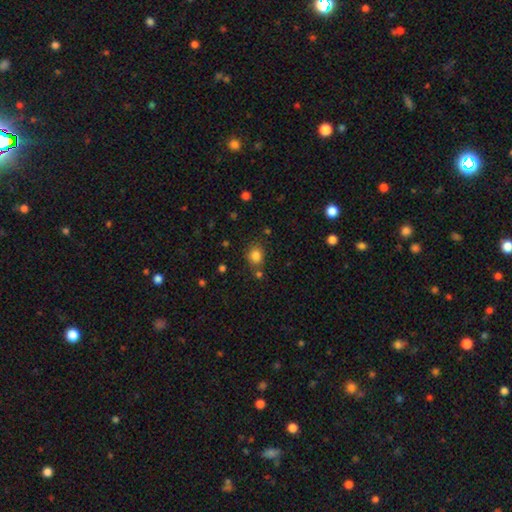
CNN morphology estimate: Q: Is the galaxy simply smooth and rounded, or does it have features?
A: smooth — 83%.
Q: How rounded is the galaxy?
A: round — 61%.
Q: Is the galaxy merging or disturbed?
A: none — 73%.